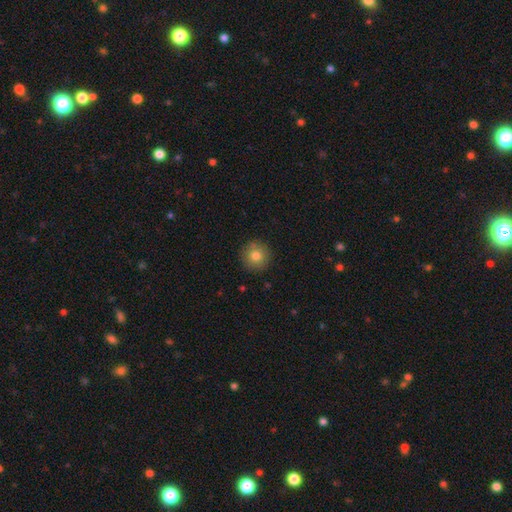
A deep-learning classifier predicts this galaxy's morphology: Smooth or featured? Predicted: smooth (p=0.81). How rounded? Predicted: round (p=0.95). Merging? Predicted: none (p=0.90).